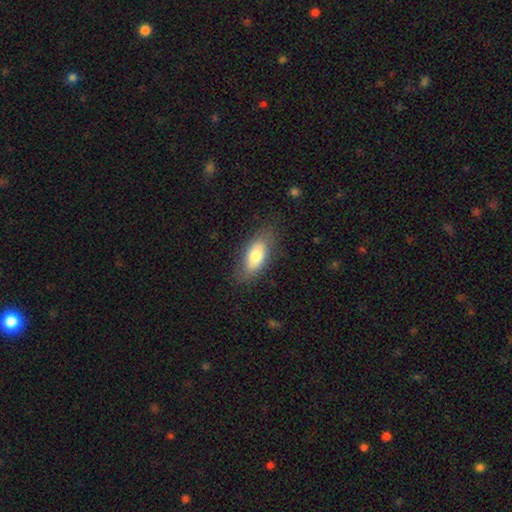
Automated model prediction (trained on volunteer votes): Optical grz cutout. It shows a smooth galaxy with no disk features (74%) that is in between round and cigar-shaped (86%). Merging: none (78%).